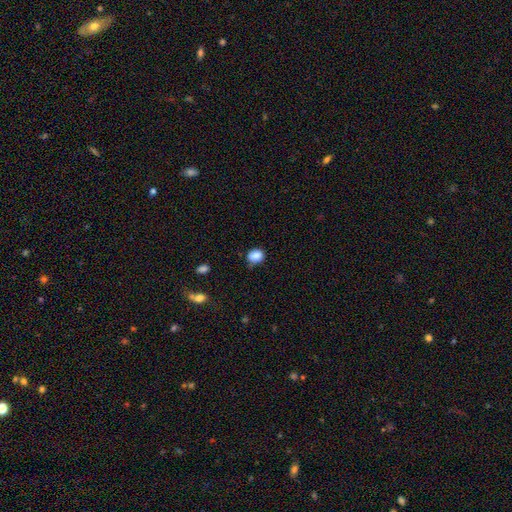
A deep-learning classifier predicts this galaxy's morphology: Smooth or featured?
  - smooth: 87% *
  - star or artifact: 9%
  - featured or disk: 4%
How rounded?
  - in between: 52% *
  - round: 47%
  - cigar-shaped: 1%
Merging?
  - none: 63% *
  - minor disturbance: 30%
  - major disturbance: 5%
  - merger: 2%